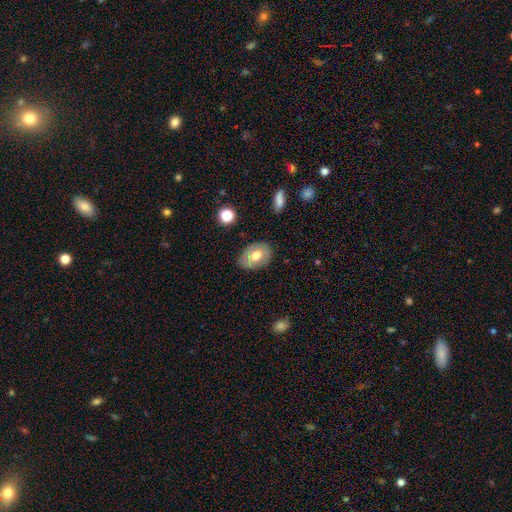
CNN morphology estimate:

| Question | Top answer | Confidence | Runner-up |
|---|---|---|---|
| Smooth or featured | smooth | 64% | featured or disk (29%) |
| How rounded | in between | 78% | round (21%) |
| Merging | none | 80% | minor disturbance (15%) |